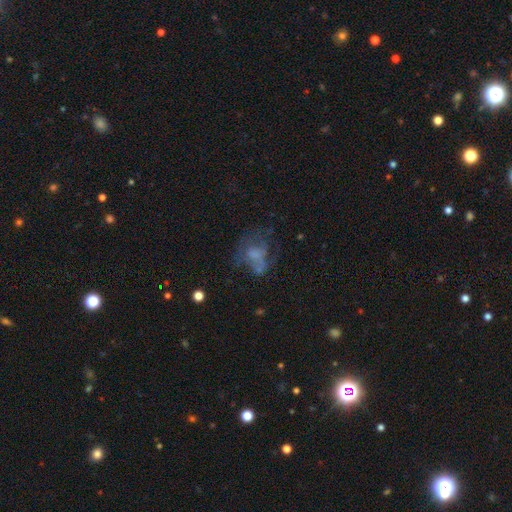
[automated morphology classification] A featured or disk galaxy (43%).

Vote fractions:
- Smooth or featured? featured or disk: 43% / smooth: 39% / star or artifact: 18%
- Merging? major disturbance: 36% (tied) / none: 36% (tied) / minor disturbance: 20% / merger: 8%